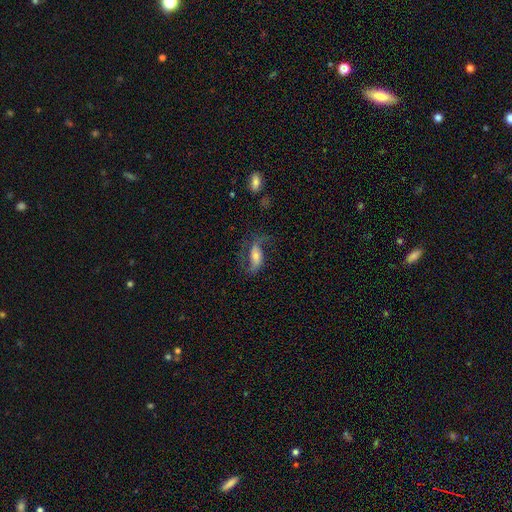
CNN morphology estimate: The model was most divided on "bar" (2-way tie): weak: 36%, strong: 36%, no: 28%. Remaining: spiral arms — yes (92%); edge-on disk — no (89%); spiral arm count — 2 (86%); smooth or featured — featured or disk (73%); merging — none (64%); spiral winding — loose (57%); bulge size — moderate (47%).